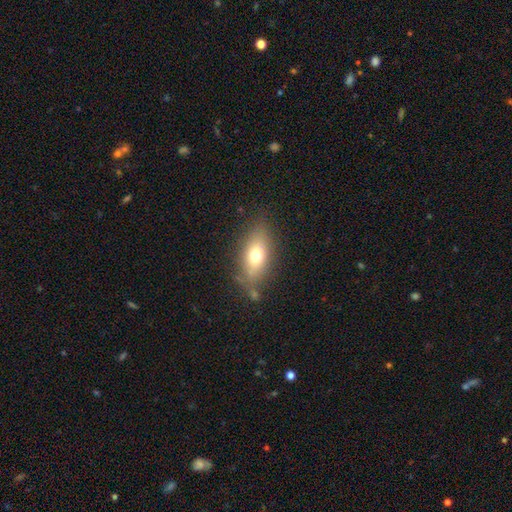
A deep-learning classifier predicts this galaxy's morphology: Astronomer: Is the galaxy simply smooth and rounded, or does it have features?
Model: smooth — 69%.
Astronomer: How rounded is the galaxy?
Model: in between — 79%.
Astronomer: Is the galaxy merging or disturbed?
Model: none — 72%.